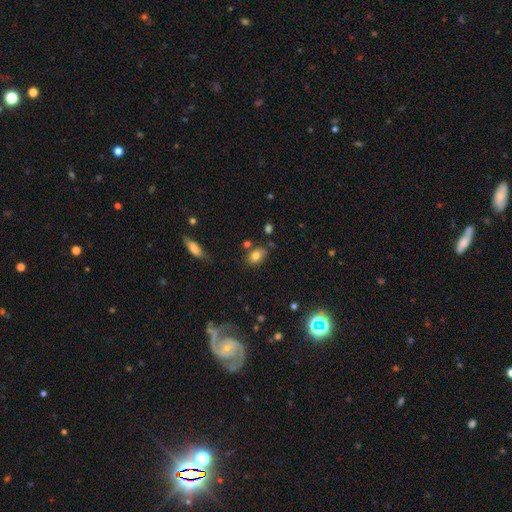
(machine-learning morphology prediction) type=smooth (80%); roundness=in between (70%); merging=none (67%).